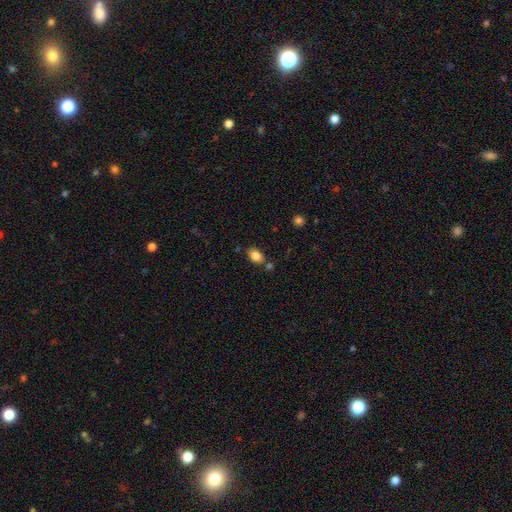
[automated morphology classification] smooth-or-featured: smooth: 85% | star or artifact: 9% | featured or disk: 6%
  how-rounded: in between: 83% | round: 16% | cigar-shaped: 1%
  merging: none: 73% | minor disturbance: 13% | merger: 11% | major disturbance: 3%